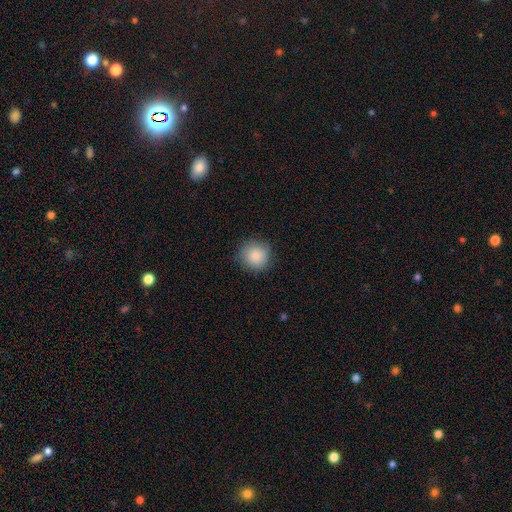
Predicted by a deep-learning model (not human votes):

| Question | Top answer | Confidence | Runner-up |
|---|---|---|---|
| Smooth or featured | smooth | 88% | star or artifact (8%) |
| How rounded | round | 92% | in between (7%) |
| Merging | none | 85% | minor disturbance (11%) |